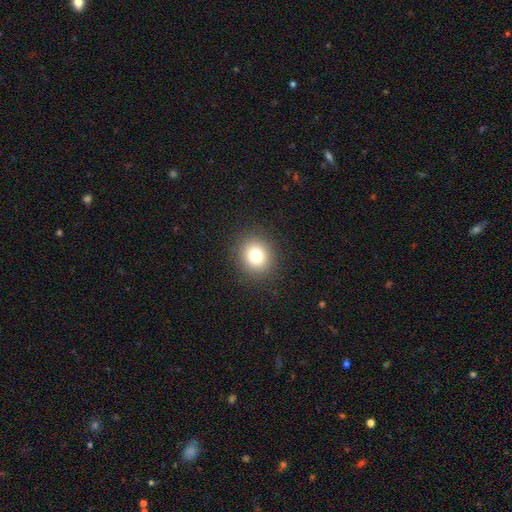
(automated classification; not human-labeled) smooth-or-featured: smooth: 78% | star or artifact: 13% | featured or disk: 9%
  how-rounded: round: 83% | in between: 16% | cigar-shaped: 1%
  merging: none: 90% | minor disturbance: 6% | major disturbance: 3% | merger: 1%